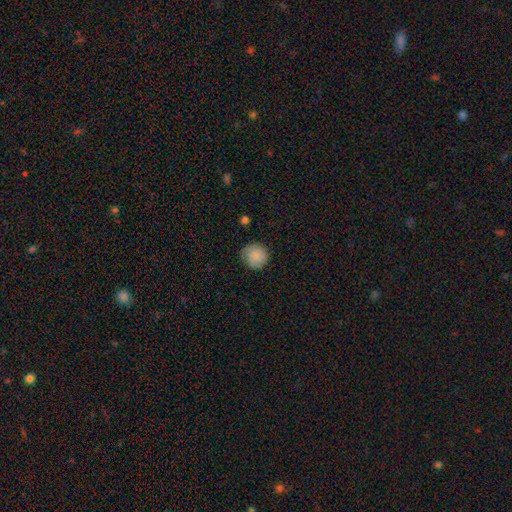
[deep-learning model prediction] The model was most divided on "smooth or featured": smooth: 76%, featured or disk: 17%, star or artifact: 7%. More confident: how rounded — round (91%); merging — none (78%).